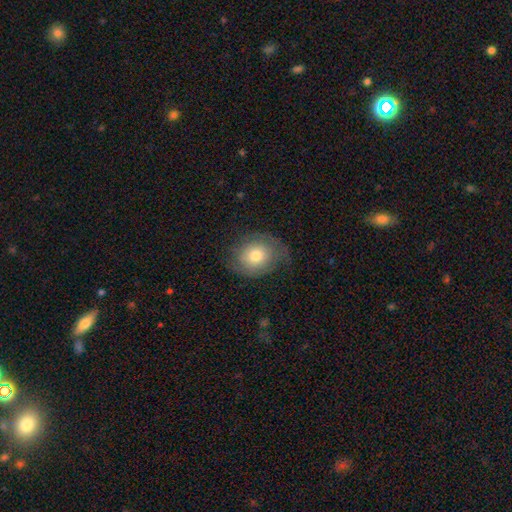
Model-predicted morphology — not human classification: This is possibly a smooth galaxy (57%). How rounded: possibly round (57%). Merging: likely none (64%).